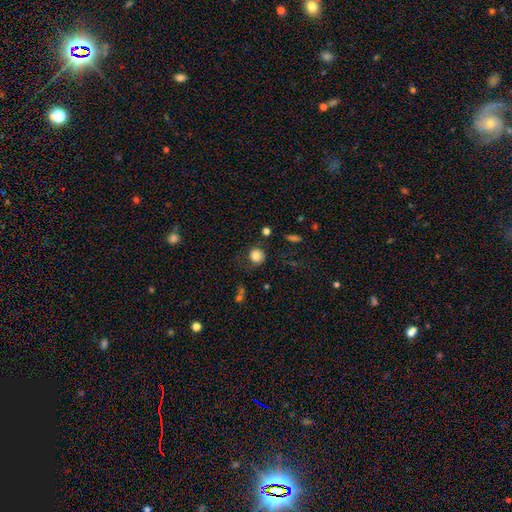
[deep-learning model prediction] The model was most divided on "merging": none: 62%, minor disturbance: 20%, major disturbance: 14%, merger: 3%. More confident: how rounded — round (87%); smooth or featured — smooth (80%).